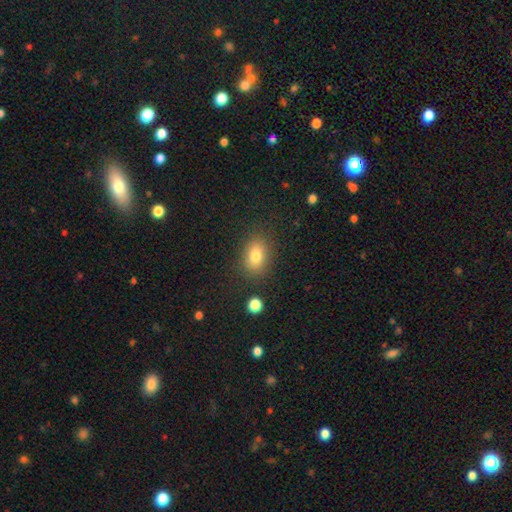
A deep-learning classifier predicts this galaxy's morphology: smooth_or_featured: smooth (p=0.80) [alt: star or artifact p=0.11]
how_rounded: in between (p=0.73) [alt: round p=0.26]
merging: none (p=0.83) [alt: minor disturbance p=0.11]